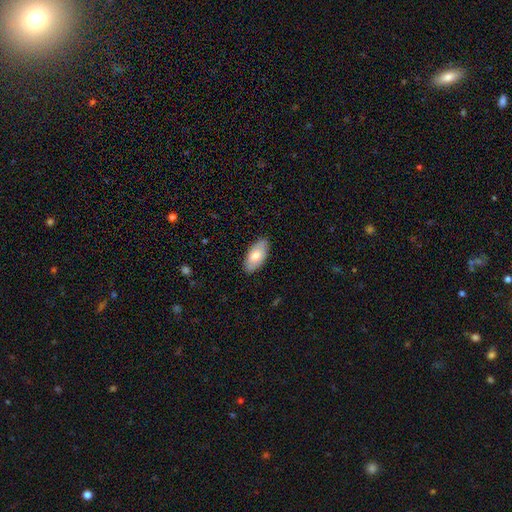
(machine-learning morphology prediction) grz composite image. It shows a smooth galaxy with no disk features (72%) that is in between round and cigar-shaped (93%). Merging: none (85%).